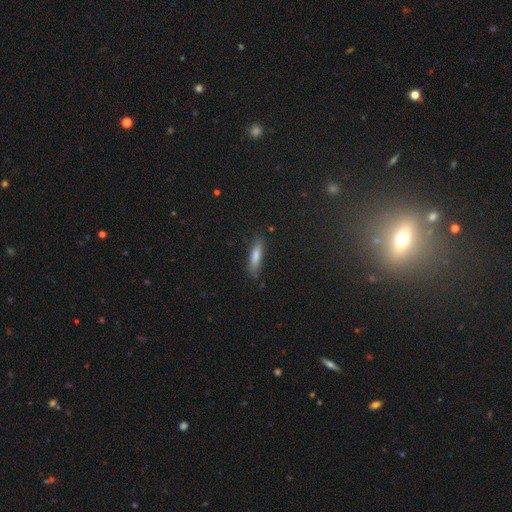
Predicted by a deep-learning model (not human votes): Smooth or featured? smooth (69%)
How rounded? cigar-shaped (76%)
Merging? none (83%)